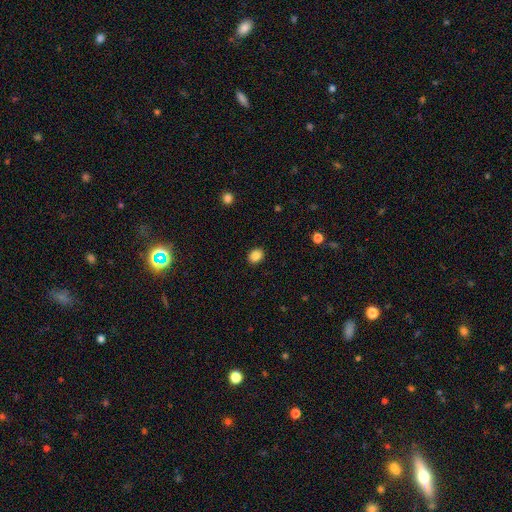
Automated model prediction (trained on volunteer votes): Smooth or featured? smooth (86%)
How rounded? in between (51%)
Merging? none (90%)